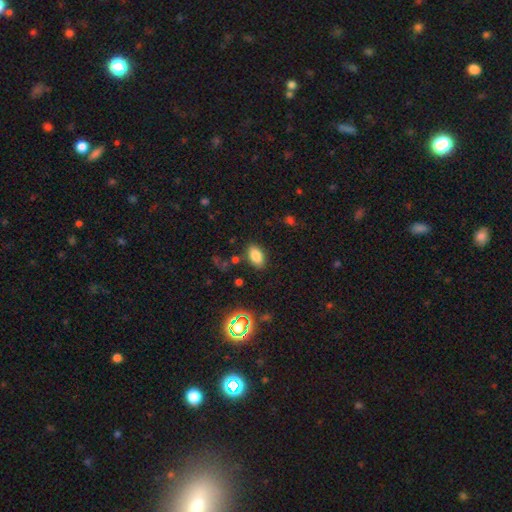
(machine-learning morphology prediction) Smooth or featured: smooth — 80% (star or artifact — 13%)
How rounded: in between — 90% (round — 7%)
Merging: none — 83% (minor disturbance — 11%)